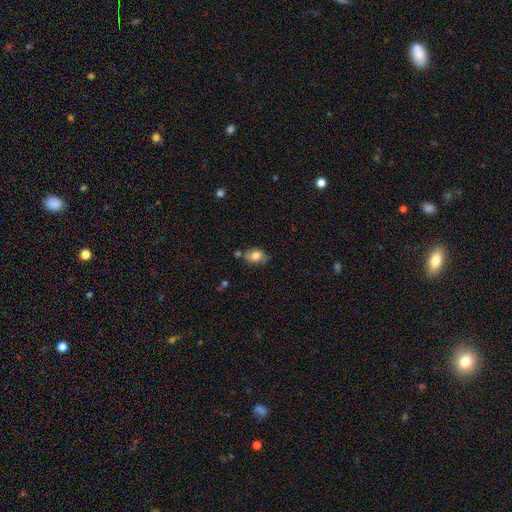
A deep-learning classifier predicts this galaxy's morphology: The model was most divided on "merging": none: 64%, minor disturbance: 22%, merger: 10%, major disturbance: 5%. More confident: how rounded — in between (78%); smooth or featured — smooth (76%).